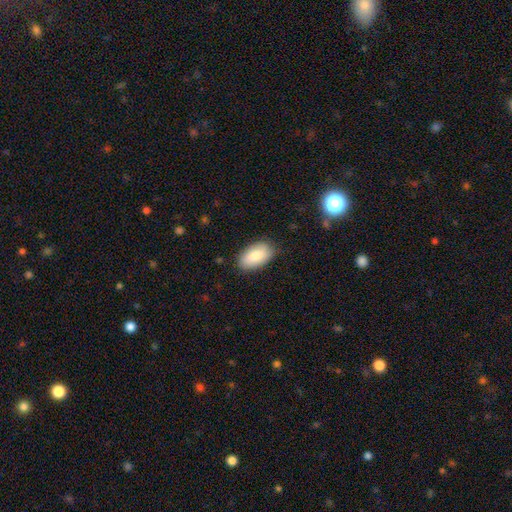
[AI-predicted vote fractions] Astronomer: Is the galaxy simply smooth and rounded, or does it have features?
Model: smooth — 80%.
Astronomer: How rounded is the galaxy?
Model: in between — 94%.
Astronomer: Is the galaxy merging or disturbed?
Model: none — 82%.